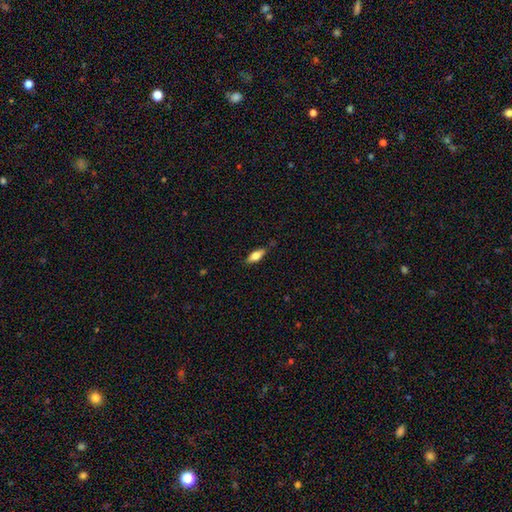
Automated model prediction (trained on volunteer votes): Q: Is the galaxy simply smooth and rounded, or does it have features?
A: smooth — 69%.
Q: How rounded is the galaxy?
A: in between — 72%.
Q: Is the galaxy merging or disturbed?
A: none — 80%.